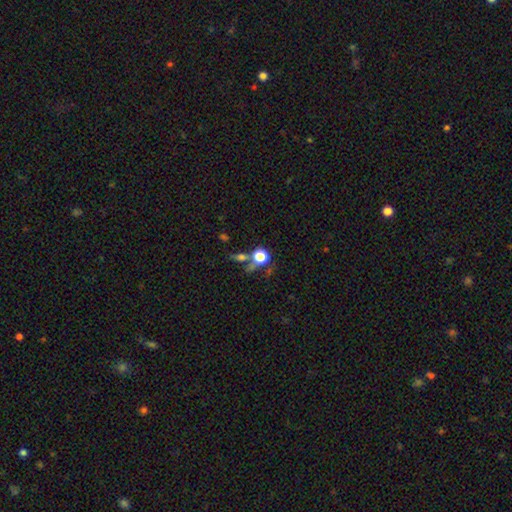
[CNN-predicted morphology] Smooth or featured? Predicted: star or artifact (p=0.46).